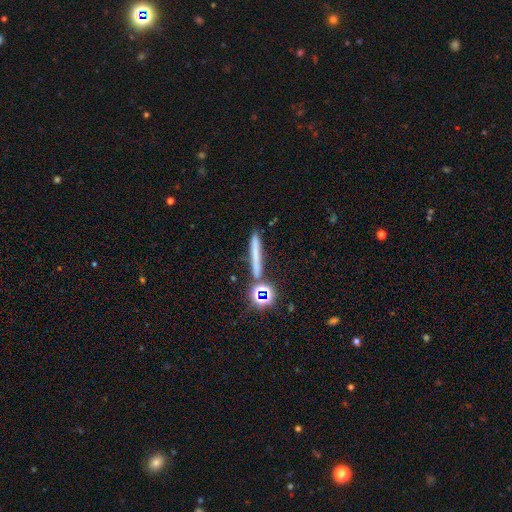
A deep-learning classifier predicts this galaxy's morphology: smooth_or_featured: smooth (p=0.53) [alt: featured or disk p=0.27]
how_rounded: cigar-shaped (p=0.86) [alt: round p=0.08]
merging: none (p=0.81) [alt: minor disturbance p=0.09]